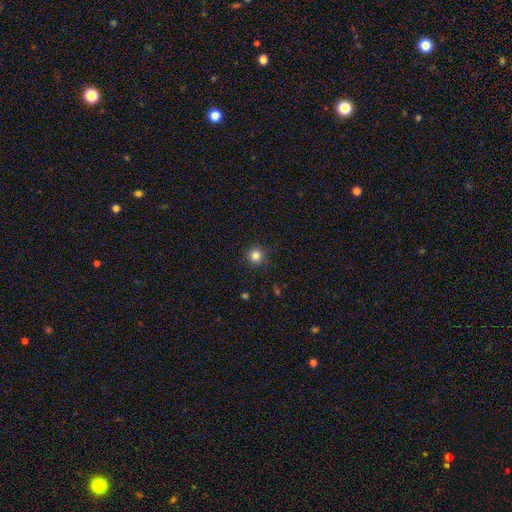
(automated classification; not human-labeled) The model was most divided on "smooth or featured": smooth: 83%, star or artifact: 13%, featured or disk: 5%. More confident: how rounded — round (94%); merging — none (91%).